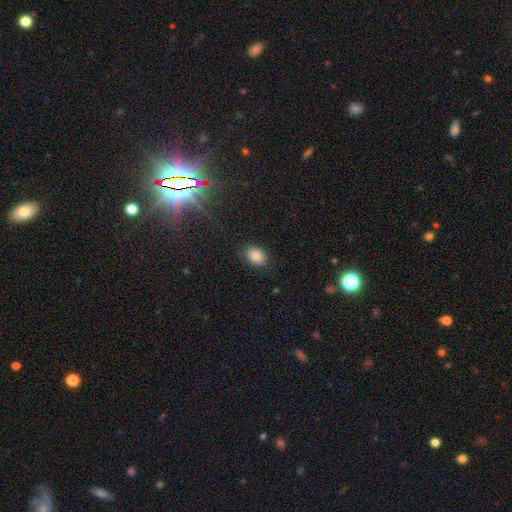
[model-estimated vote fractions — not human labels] smooth 84%, star or artifact 10%, featured or disk 5%. Down the decision tree: how rounded — in between (77%); merging — none (83%).